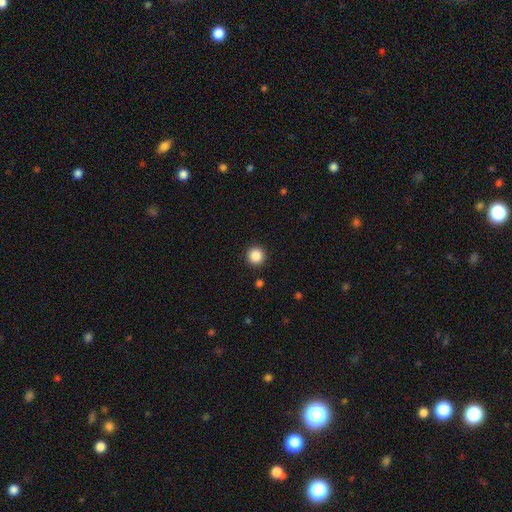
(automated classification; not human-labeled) Q: Smooth or featured?
A: smooth (87%); runner-up: star or artifact (10%)
Q: How rounded?
A: round (96%); runner-up: in between (3%)
Q: Merging?
A: none (92%); runner-up: minor disturbance (5%)